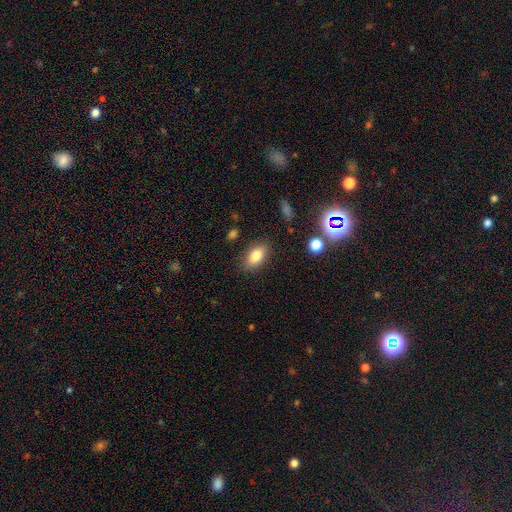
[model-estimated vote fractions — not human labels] The model was most divided on "smooth or featured": smooth: 81%, star or artifact: 9%, featured or disk: 9%. More confident: how rounded — in between (88%); merging — none (84%).